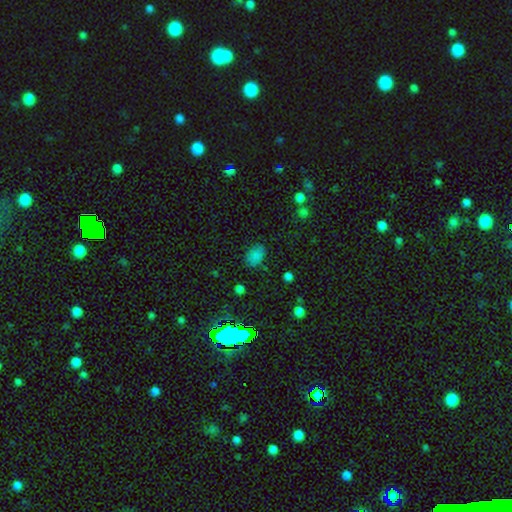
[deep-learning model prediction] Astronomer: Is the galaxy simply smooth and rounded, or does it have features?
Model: smooth — 77%.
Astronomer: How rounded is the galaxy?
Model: in between — 82%.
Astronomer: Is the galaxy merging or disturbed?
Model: none — 77%.